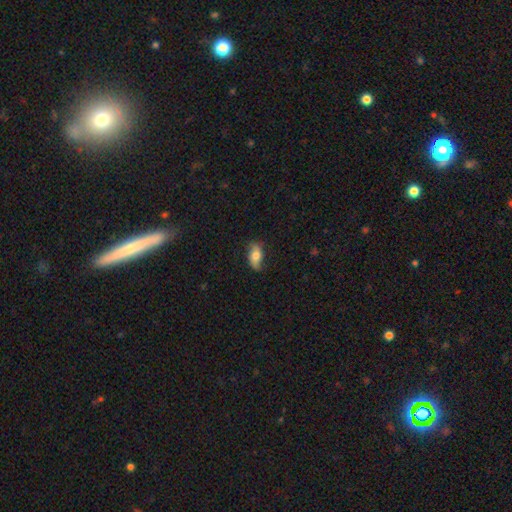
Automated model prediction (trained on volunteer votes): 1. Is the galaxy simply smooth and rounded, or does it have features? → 64% smooth, 29% featured or disk, 7% star or artifact.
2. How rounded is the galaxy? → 87% in between, 8% cigar-shaped, 5% round.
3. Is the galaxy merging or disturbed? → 75% none, 19% minor disturbance, 5% major disturbance, 1% merger.